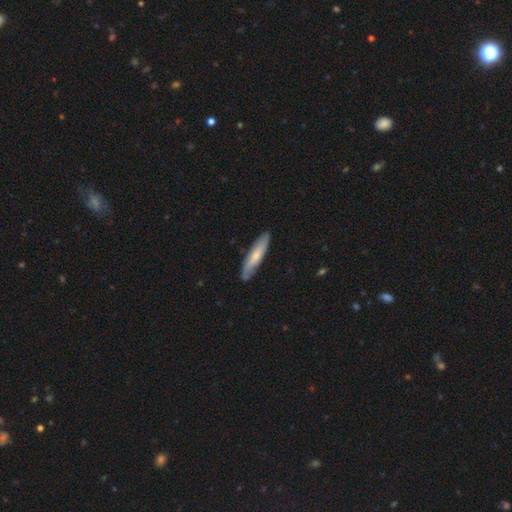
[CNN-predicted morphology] This is possibly a smooth galaxy (60%). How rounded: clearly cigar-shaped (81%). Merging: clearly none (82%).